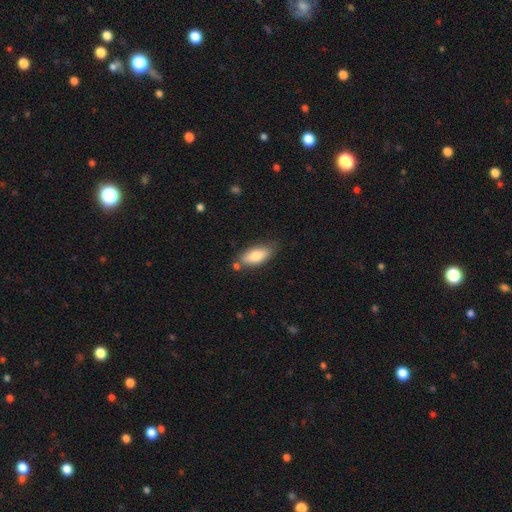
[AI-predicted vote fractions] A smooth galaxy with no disk features (78%) that is in between round and cigar-shaped (82%). Merging: none (70%).